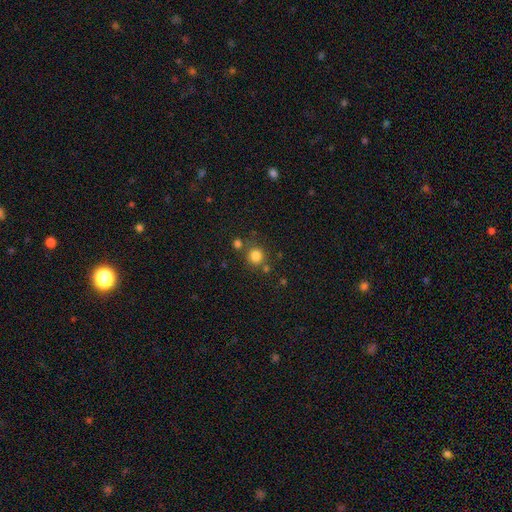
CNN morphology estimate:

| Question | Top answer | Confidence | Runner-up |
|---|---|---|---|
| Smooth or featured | smooth | 81% | star or artifact (13%) |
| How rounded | round | 91% | in between (8%) |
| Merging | none | 75% | merger (12%) |